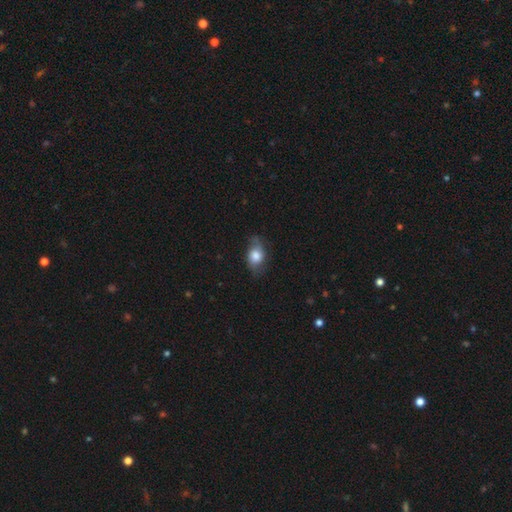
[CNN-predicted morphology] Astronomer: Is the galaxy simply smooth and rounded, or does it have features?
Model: smooth — 67%.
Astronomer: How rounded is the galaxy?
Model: in between — 76%.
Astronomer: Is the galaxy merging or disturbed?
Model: none — 65%.